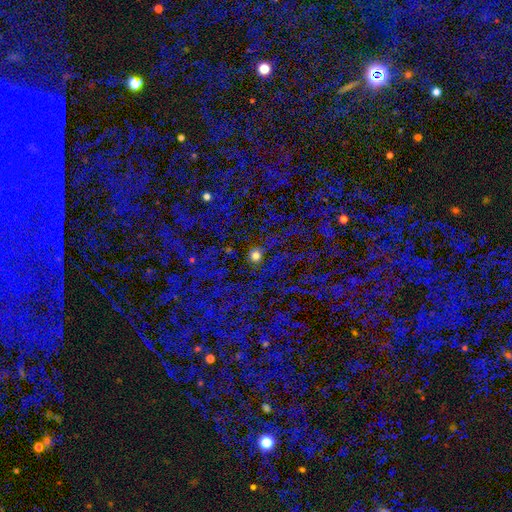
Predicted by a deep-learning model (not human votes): smooth-or-featured: star or artifact: 49% | smooth: 42% | featured or disk: 9%